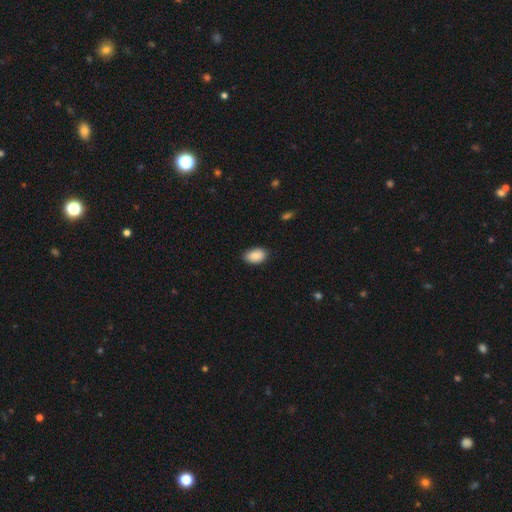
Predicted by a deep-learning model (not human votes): The model was most divided on "merging": none: 84%, minor disturbance: 13%, major disturbance: 2%, merger: 1%. More confident: how rounded — in between (89%); smooth or featured — smooth (87%).